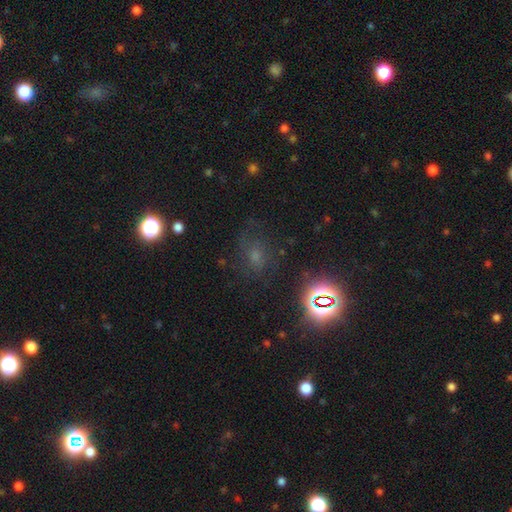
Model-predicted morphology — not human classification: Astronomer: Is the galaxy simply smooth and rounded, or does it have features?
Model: star or artifact — 42% (runner-up: smooth, 39%).